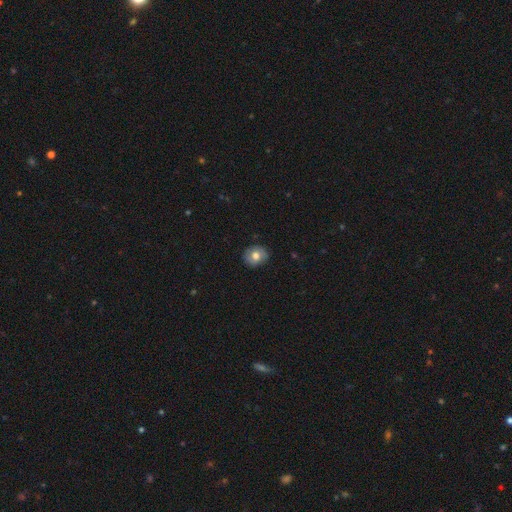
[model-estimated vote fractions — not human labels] smooth-or-featured: smooth: 71% | featured or disk: 20% | star or artifact: 9%
  how-rounded: round: 75% | in between: 24% | cigar-shaped: 1%
  merging: none: 85% | minor disturbance: 12% | major disturbance: 2% | merger: 1%